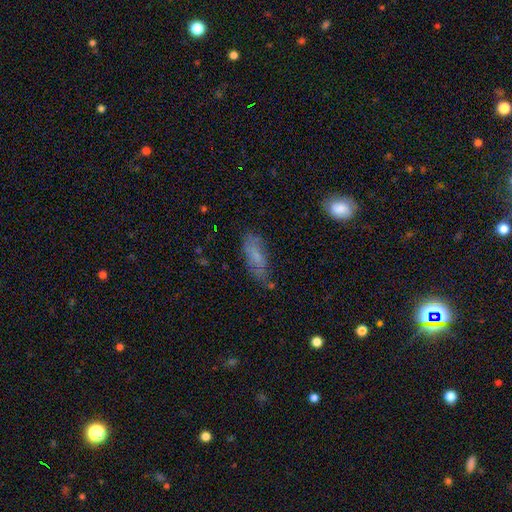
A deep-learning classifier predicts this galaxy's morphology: A smooth galaxy with no disk features (63%) that is in between round and cigar-shaped (66%). Merging: none (62%).